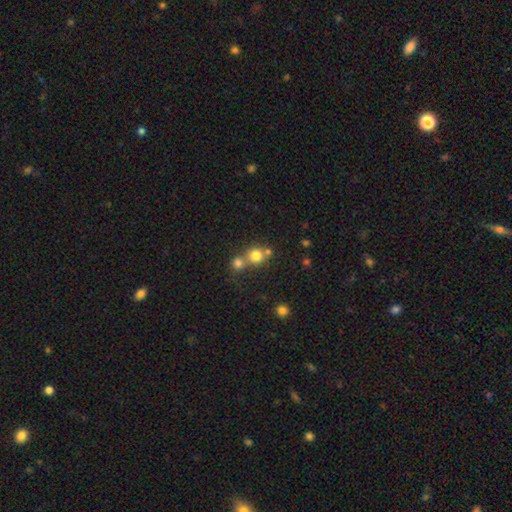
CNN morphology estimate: This appears to be a smooth galaxy with no disk features (76%) that is round (87%). Merging: none (47%).